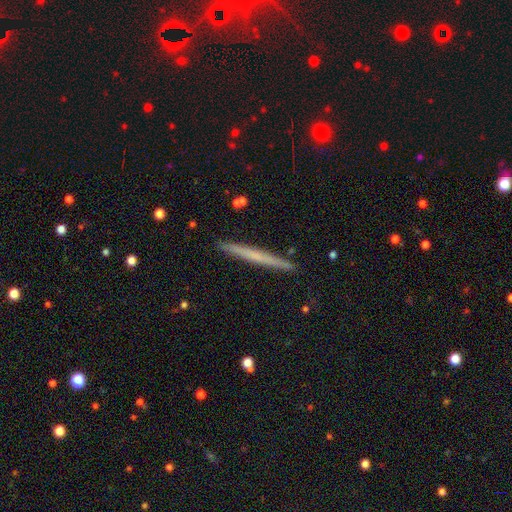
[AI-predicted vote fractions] Smooth or featured: featured or disk — 50% (smooth — 44%)
Merging: none — 92% (minor disturbance — 5%)